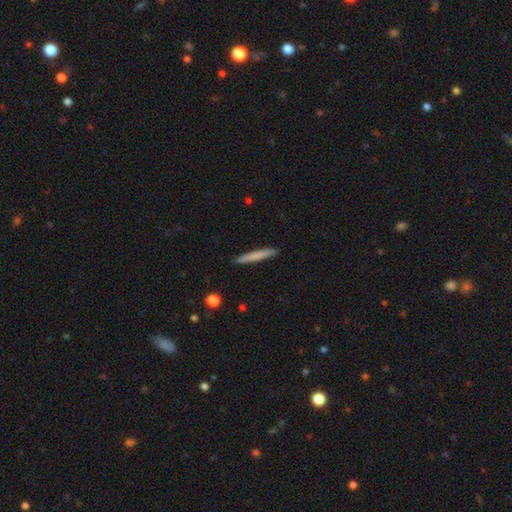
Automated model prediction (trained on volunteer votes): This is likely a smooth galaxy (70%). How rounded: clearly cigar-shaped (96%). Merging: clearly none (91%).